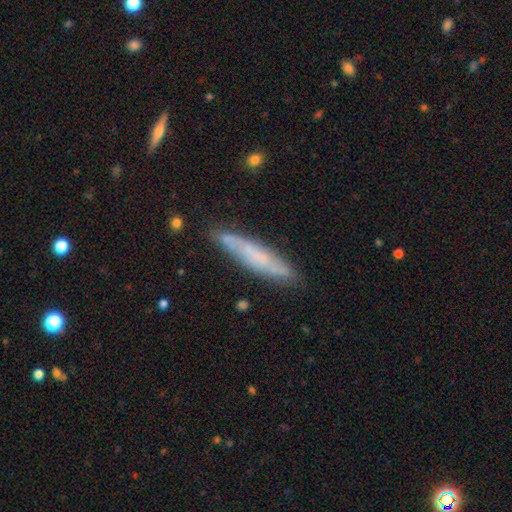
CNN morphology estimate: Q: Smooth or featured?
A: featured or disk (46%); runner-up: smooth (45%)
Q: Merging?
A: none (79%); runner-up: minor disturbance (16%)